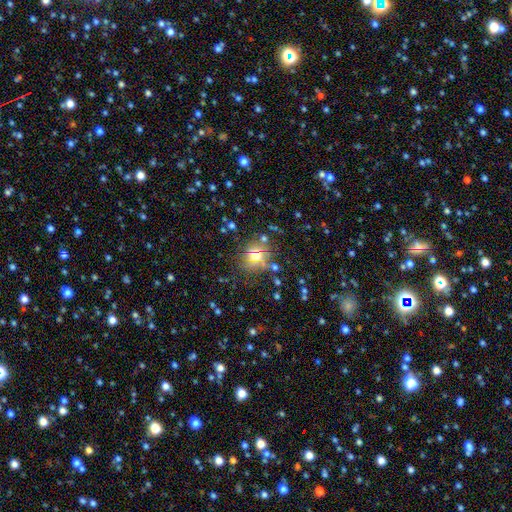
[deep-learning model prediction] Smooth or featured?
  - smooth: 58% *
  - star or artifact: 24%
  - featured or disk: 18%
How rounded?
  - round: 67% *
  - in between: 31%
  - cigar-shaped: 2%
Merging?
  - none: 70% *
  - minor disturbance: 14%
  - merger: 9%
  - major disturbance: 7%